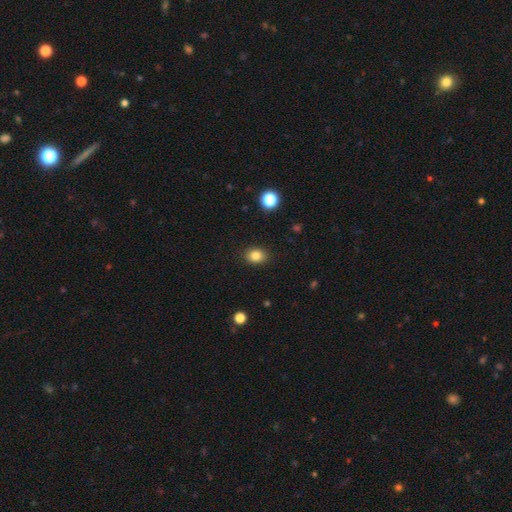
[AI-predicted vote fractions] A smooth galaxy with no disk features (84%) that is in between round and cigar-shaped (61%). Merging: none (89%).